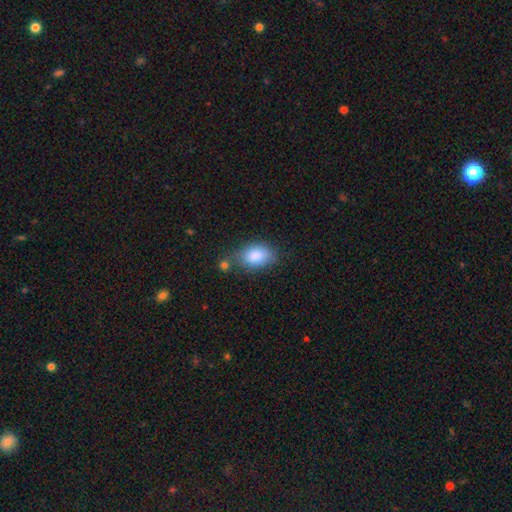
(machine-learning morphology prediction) Q: Smooth or featured?
A: smooth (87%); runner-up: star or artifact (7%)
Q: How rounded?
A: in between (87%); runner-up: round (11%)
Q: Merging?
A: none (59%); runner-up: minor disturbance (23%)